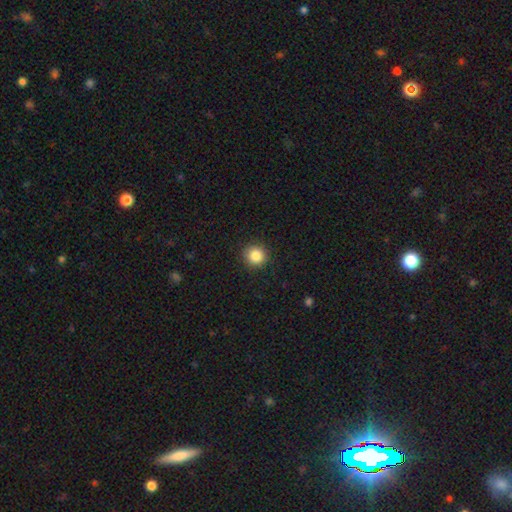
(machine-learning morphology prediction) smooth_or_featured: smooth (p=0.86) [alt: star or artifact p=0.10]
how_rounded: round (p=0.93) [alt: in between p=0.06]
merging: none (p=0.91) [alt: minor disturbance p=0.06]